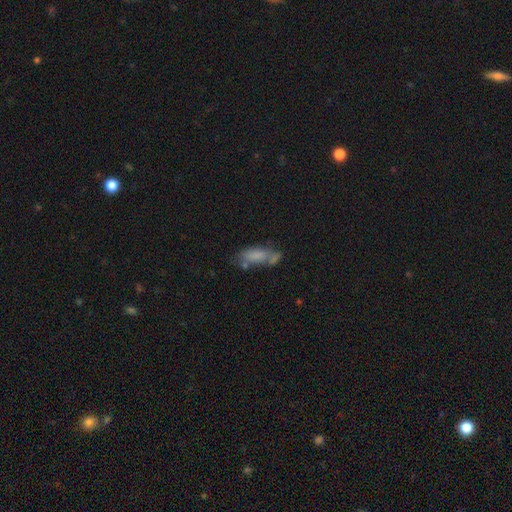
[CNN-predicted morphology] Q: Smooth or featured?
A: smooth (69%); runner-up: featured or disk (22%)
Q: How rounded?
A: in between (69%); runner-up: cigar-shaped (28%)
Q: Merging?
A: none (43%); runner-up: minor disturbance (24%)